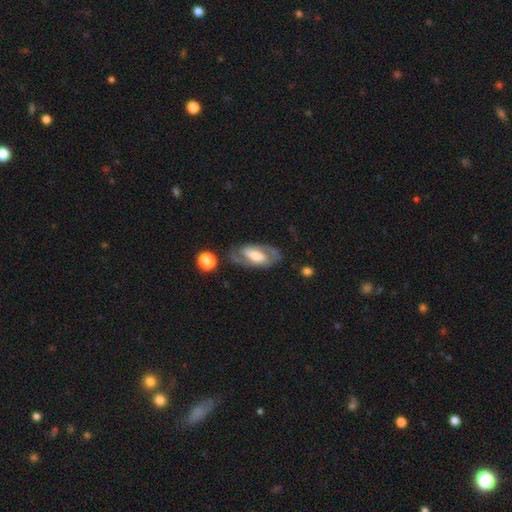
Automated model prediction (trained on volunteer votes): A featured or disk galaxy (77%) with a weak bar (37%), 2 (84%) medium (47%) spiral arms (86%) and a moderate central bulge (59%).

Vote fractions:
- Smooth or featured? featured or disk: 77% / smooth: 18% / star or artifact: 5%
- Edge-on disk? no: 94% / yes: 6%
- Bar? weak: 37% / strong: 36% / no: 28%
- Spiral arms? yes: 86% / no: 14%
- Spiral winding? medium: 47% / tight: 37% / loose: 16%
- Spiral arm count? 2: 84% / can't tell: 9% / 1: 4% / 3: 1% / 4: 1% / more than 4: 1%
- Bulge size? moderate: 59% / small: 22% / large: 15% / none: 2% / dominant: 2%
- Merging? none: 75% / minor disturbance: 16% / major disturbance: 7% / merger: 2%